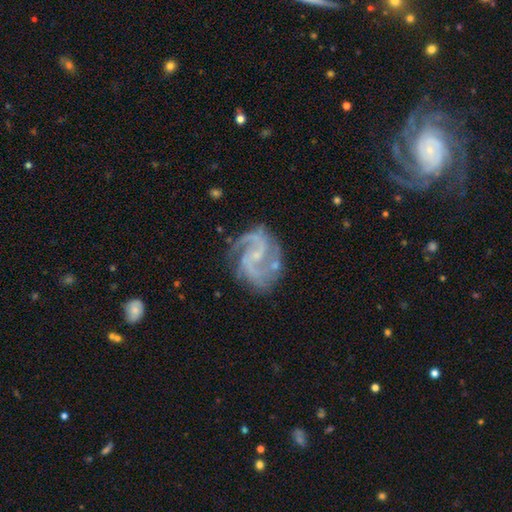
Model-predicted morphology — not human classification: featured or disk 91%, star or artifact 5%, smooth 3%. Down the decision tree: edge-on disk — no (98%); bar — no (48%); spiral arms — yes (98%); spiral arm count — 2 (77%); spiral winding — medium (59%); bulge size — small (75%); merging — none (71%).